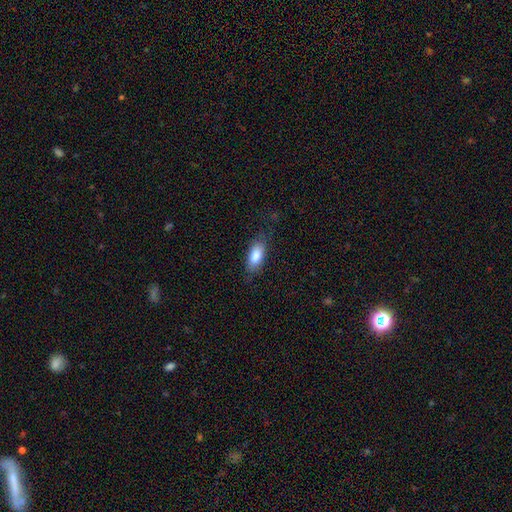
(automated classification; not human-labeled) Overall: smooth (84%). How rounded: in between (85%). Merging: none (76%).